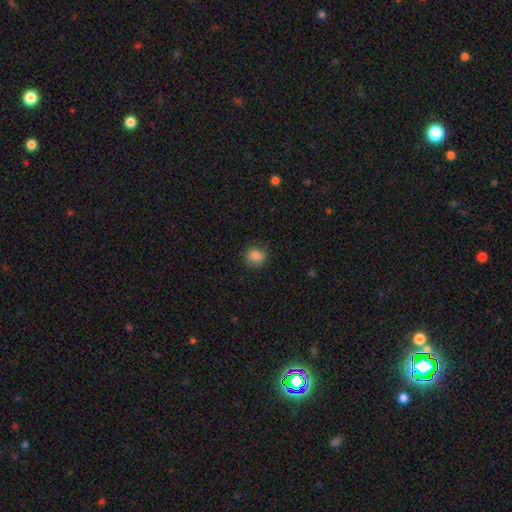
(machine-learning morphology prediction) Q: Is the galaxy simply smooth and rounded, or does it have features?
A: smooth — 79%.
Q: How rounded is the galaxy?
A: round — 81%.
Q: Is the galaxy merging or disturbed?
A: none — 75%.